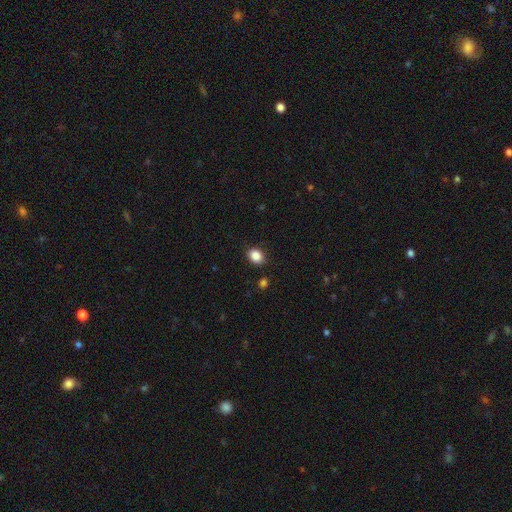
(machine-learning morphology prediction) This appears to be a smooth galaxy with no disk features (87%) that is in between round and cigar-shaped (58%). Merging: none (86%).